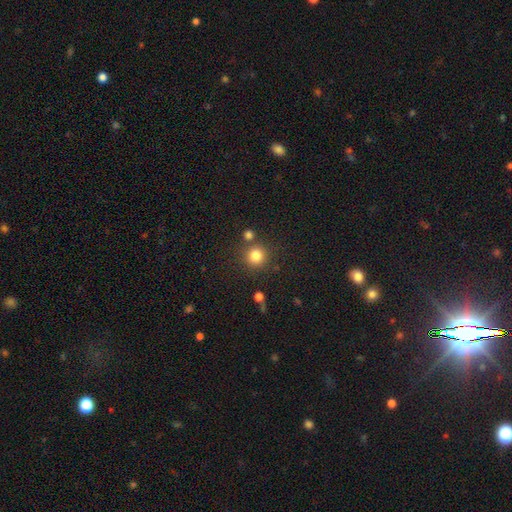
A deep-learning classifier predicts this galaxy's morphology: This is clearly a smooth galaxy (82%). How rounded: clearly round (93%). Merging: likely none (79%).